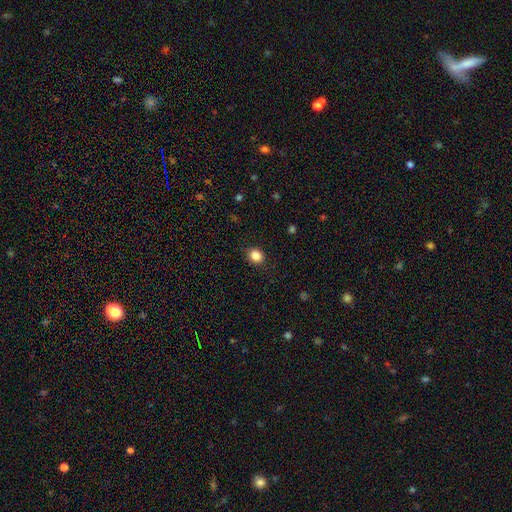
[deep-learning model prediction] Q: Smooth or featured?
A: smooth (86%); runner-up: star or artifact (10%)
Q: How rounded?
A: round (64%); runner-up: in between (35%)
Q: Merging?
A: none (89%); runner-up: minor disturbance (8%)